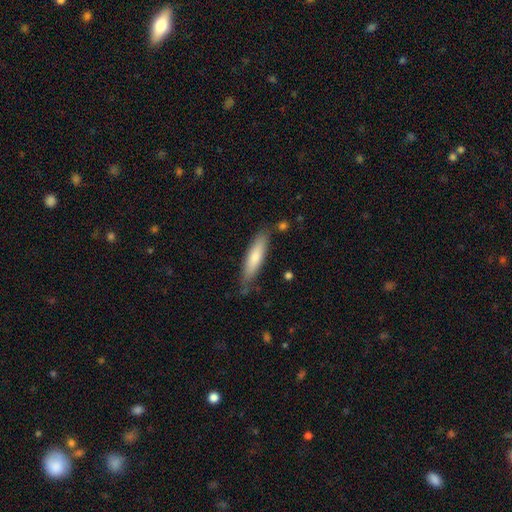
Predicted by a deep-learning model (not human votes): The model was most divided on "smooth or featured": smooth: 68%, featured or disk: 26%, star or artifact: 6%. More confident: merging — none (79%); how rounded — cigar-shaped (78%).